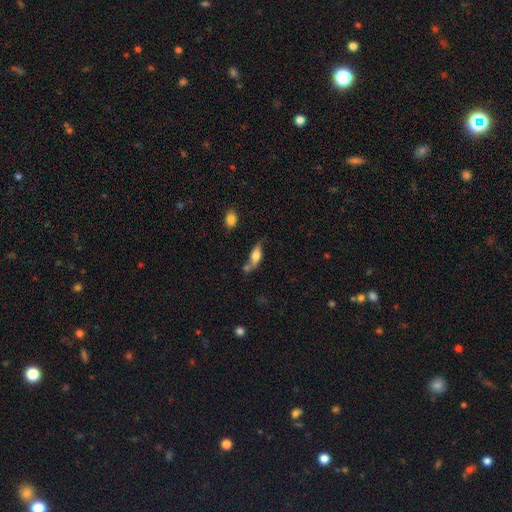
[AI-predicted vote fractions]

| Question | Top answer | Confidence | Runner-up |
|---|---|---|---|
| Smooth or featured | smooth | 51% | featured or disk (41%) |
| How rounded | in between | 64% | cigar-shaped (31%) |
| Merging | none | 46% | minor disturbance (22%) |